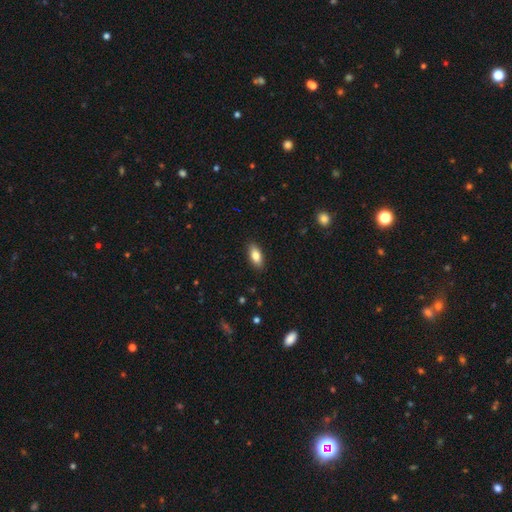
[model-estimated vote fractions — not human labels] smooth 83%, featured or disk 10%, star or artifact 7%. Down the decision tree: how rounded — in between (87%); merging — none (88%).